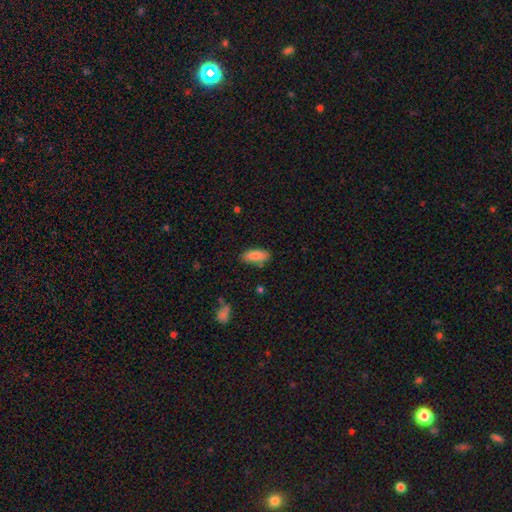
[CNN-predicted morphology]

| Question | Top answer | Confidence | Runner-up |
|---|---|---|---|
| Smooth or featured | smooth | 86% | featured or disk (8%) |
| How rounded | in between | 83% | cigar-shaped (15%) |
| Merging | none | 78% | minor disturbance (16%) |